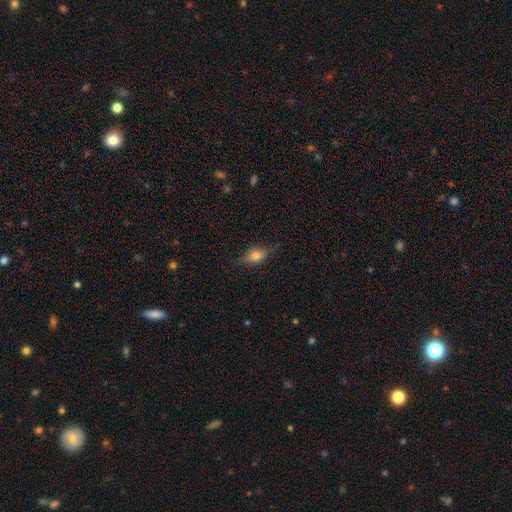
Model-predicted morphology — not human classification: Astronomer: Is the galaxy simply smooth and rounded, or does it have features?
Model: smooth — 68%.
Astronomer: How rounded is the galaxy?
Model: in between — 76%.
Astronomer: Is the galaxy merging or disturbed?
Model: none — 74%.